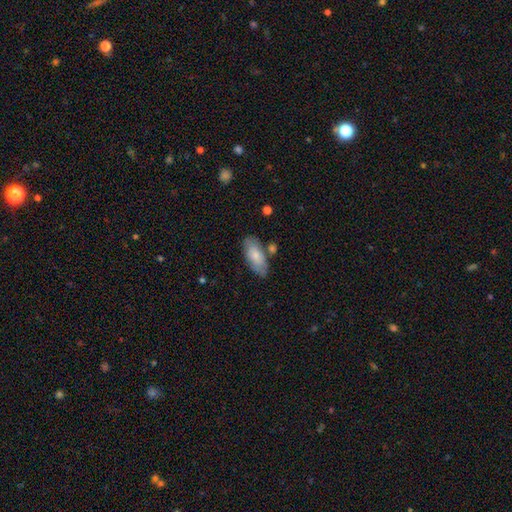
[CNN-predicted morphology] A smooth galaxy with no disk features (73%) that is in between round and cigar-shaped (86%). Merging: none (69%).